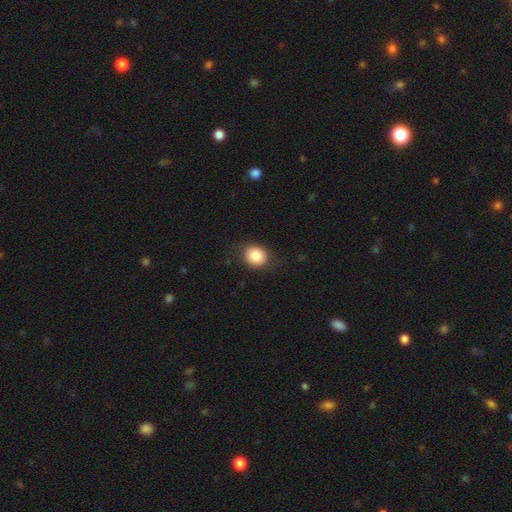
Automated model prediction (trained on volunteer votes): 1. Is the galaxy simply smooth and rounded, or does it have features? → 85% smooth, 9% star or artifact, 7% featured or disk.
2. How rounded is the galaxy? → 74% round, 25% in between, 1% cigar-shaped.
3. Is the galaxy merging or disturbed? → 84% none, 12% minor disturbance, 3% major disturbance, 1% merger.